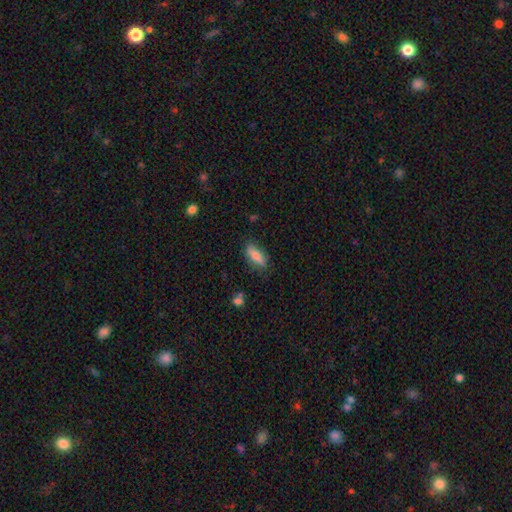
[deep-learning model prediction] smooth 72%, featured or disk 21%, star or artifact 7%. Down the decision tree: how rounded — in between (67%); merging — none (79%).